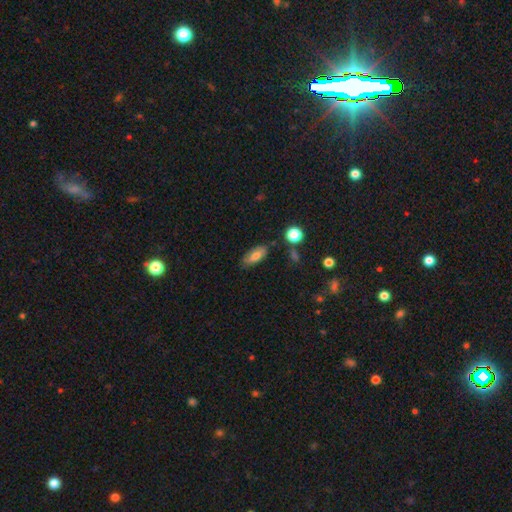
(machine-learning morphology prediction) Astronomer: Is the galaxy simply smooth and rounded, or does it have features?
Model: smooth — 70%.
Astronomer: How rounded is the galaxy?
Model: in between — 82%.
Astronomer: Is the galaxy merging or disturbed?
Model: none — 79%.